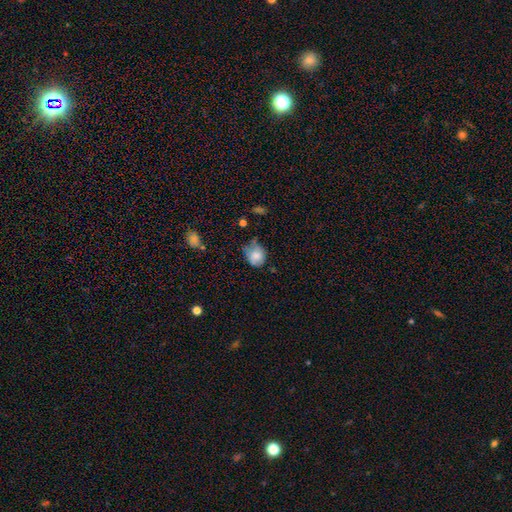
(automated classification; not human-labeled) A smooth galaxy with no disk features (77%) that is round (64%).

Vote fractions:
- Smooth or featured? smooth: 77% / featured or disk: 14% / star or artifact: 9%
- How rounded? round: 64% / in between: 35% / cigar-shaped: 1%
- Merging? none: 45% / minor disturbance: 37% / major disturbance: 13% / merger: 6%